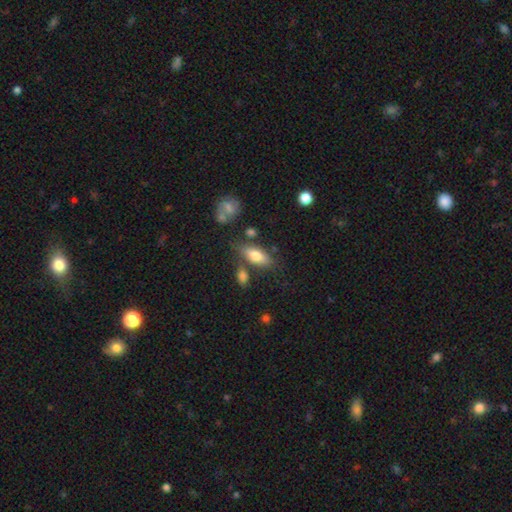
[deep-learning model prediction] smooth_or_featured: smooth (p=0.75) [alt: featured or disk p=0.18]
how_rounded: in between (p=0.80) [alt: cigar-shaped p=0.17]
merging: none (p=0.68) [alt: minor disturbance p=0.15]